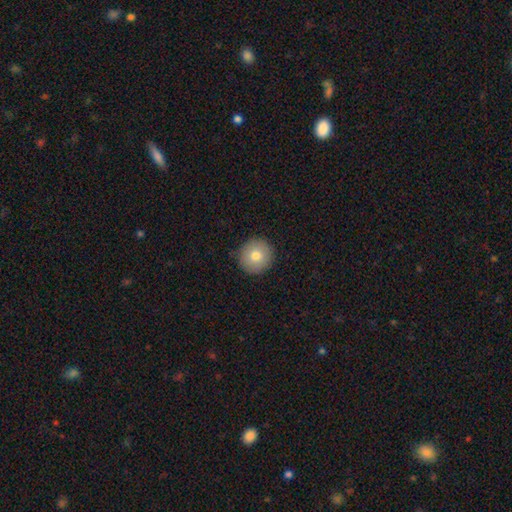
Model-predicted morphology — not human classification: Q: Smooth or featured?
A: smooth (78%); runner-up: featured or disk (13%)
Q: How rounded?
A: round (95%); runner-up: in between (4%)
Q: Merging?
A: none (91%); runner-up: minor disturbance (7%)